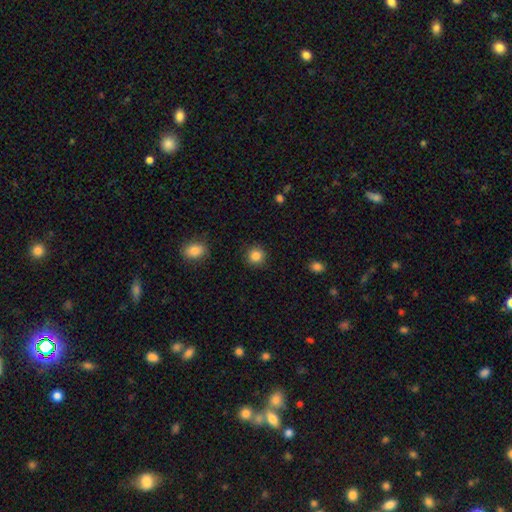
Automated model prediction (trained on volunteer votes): Q: Smooth or featured?
A: smooth (86%); runner-up: star or artifact (10%)
Q: How rounded?
A: round (92%); runner-up: in between (7%)
Q: Merging?
A: none (91%); runner-up: minor disturbance (6%)